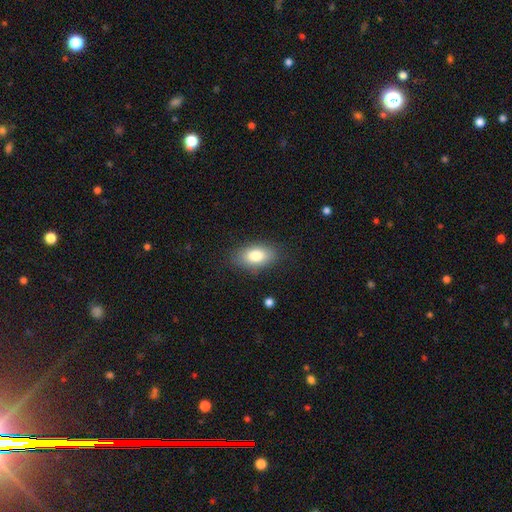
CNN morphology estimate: A smooth galaxy with no disk features (80%) that is in between round and cigar-shaped (90%).

Vote fractions:
- Smooth or featured? smooth: 80% / featured or disk: 12% / star or artifact: 8%
- How rounded? in between: 90% / round: 8% / cigar-shaped: 3%
- Merging? none: 83% / minor disturbance: 12% / major disturbance: 4% / merger: 1%